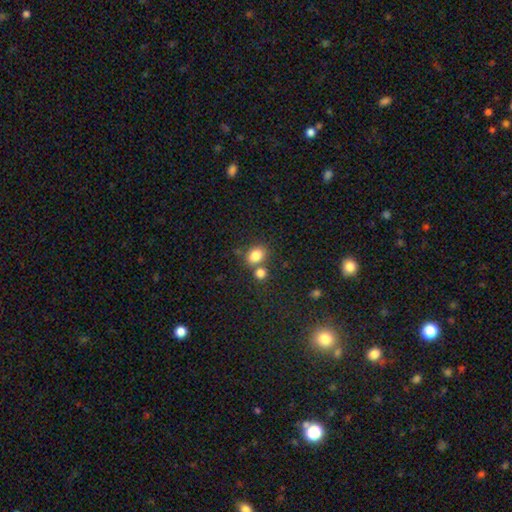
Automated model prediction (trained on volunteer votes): smooth-or-featured: smooth: 82% | star or artifact: 11% | featured or disk: 7%
  how-rounded: in between: 60% | round: 39% | cigar-shaped: 1%
  merging: none: 58% | merger: 28% | minor disturbance: 11% | major disturbance: 3%